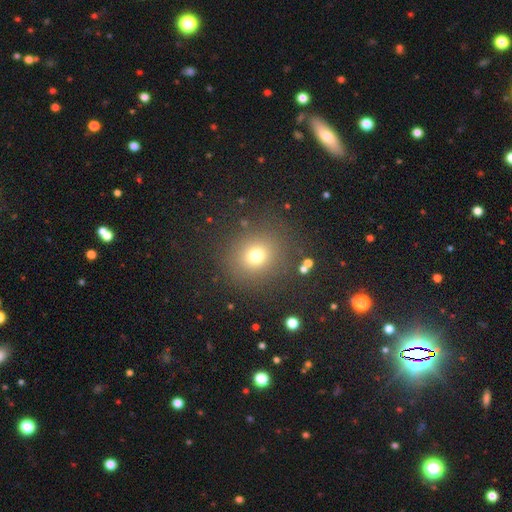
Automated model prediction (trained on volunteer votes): smooth_or_featured: smooth (p=0.72) [alt: star or artifact p=0.19]
how_rounded: round (p=0.87) [alt: in between p=0.12]
merging: none (p=0.85) [alt: minor disturbance p=0.08]